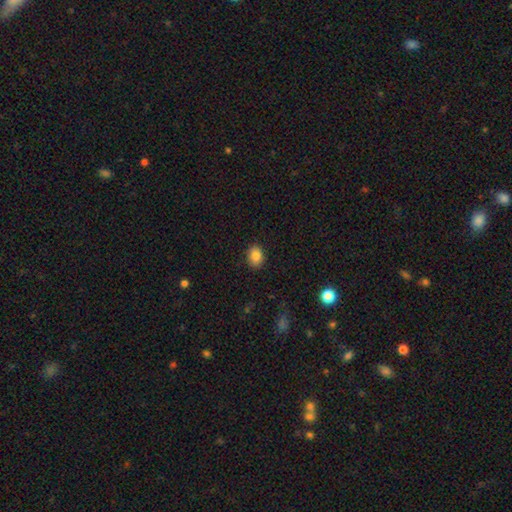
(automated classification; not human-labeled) This is clearly a smooth galaxy (86%). How rounded: possibly in between (58%). Merging: clearly none (88%).